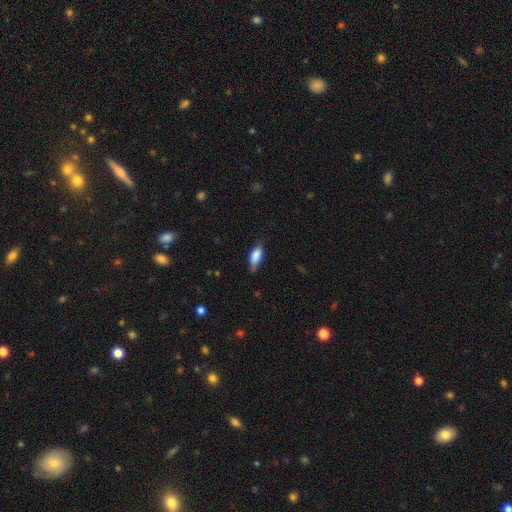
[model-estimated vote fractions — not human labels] This appears to be a smooth galaxy with no disk features (84%) that is in between round and cigar-shaped (86%). Merging: none (58%).